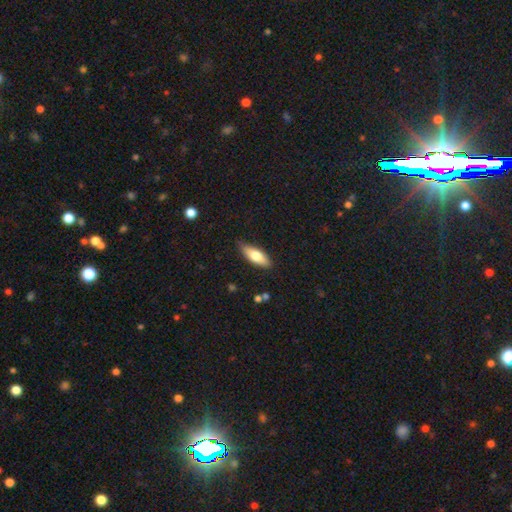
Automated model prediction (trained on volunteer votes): Morphology: type=smooth (69%); roundness=in between (67%); merging=none (85%).